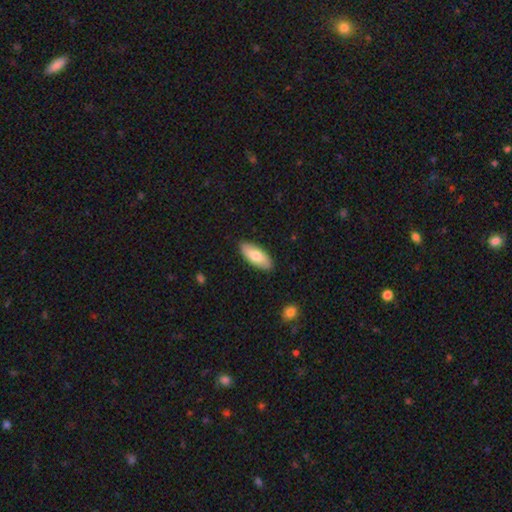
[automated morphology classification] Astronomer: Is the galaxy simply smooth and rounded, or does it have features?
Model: smooth — 76%.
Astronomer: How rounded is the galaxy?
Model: in between — 82%.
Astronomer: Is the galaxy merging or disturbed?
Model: none — 89%.